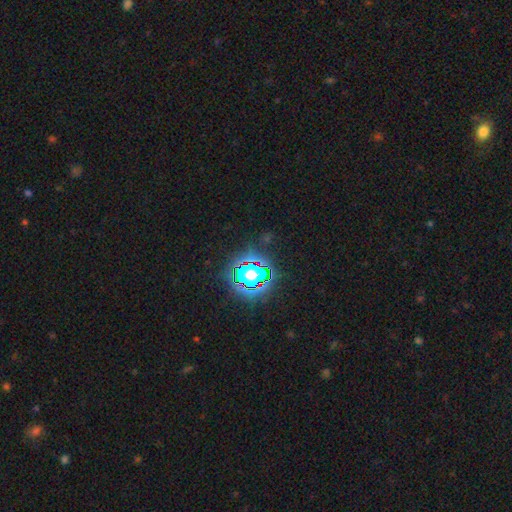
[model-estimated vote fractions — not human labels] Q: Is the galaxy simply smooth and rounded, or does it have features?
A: star or artifact — 83%.